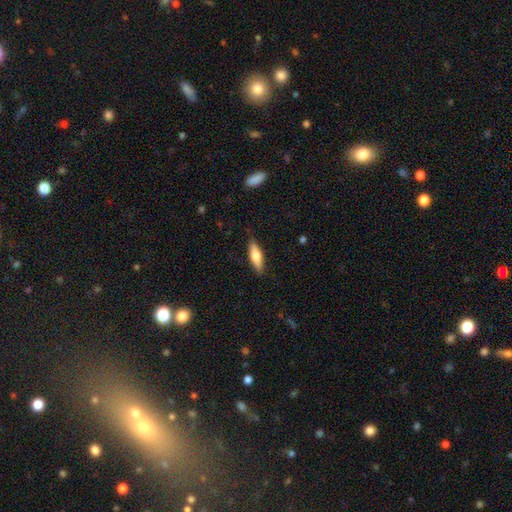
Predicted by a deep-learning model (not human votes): smooth-or-featured: smooth: 69% | featured or disk: 26% | star or artifact: 6%
  how-rounded: cigar-shaped: 52% | in between: 46% | round: 2%
  merging: none: 87% | minor disturbance: 10% | major disturbance: 2% | merger: 1%